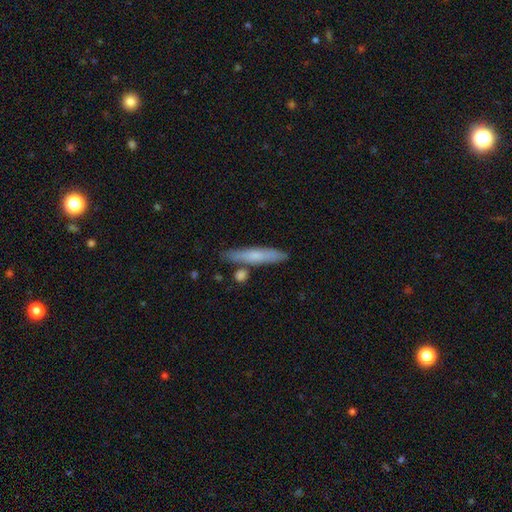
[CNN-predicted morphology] type=smooth (64%); roundness=cigar-shaped (91%); merging=none (79%).